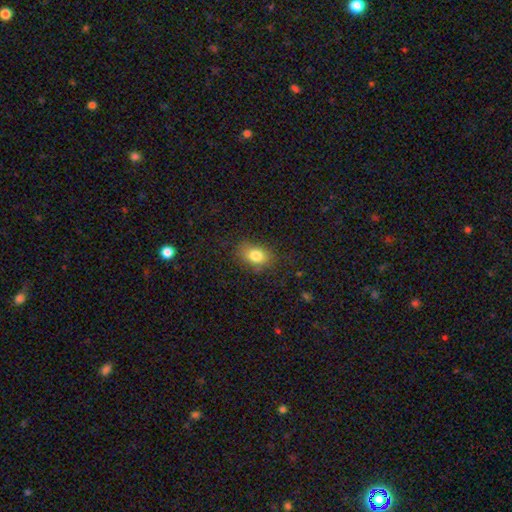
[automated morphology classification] The model was most divided on "how rounded": in between: 72%, round: 26%, cigar-shaped: 2%. More confident: smooth or featured — smooth (82%); merging — none (77%).